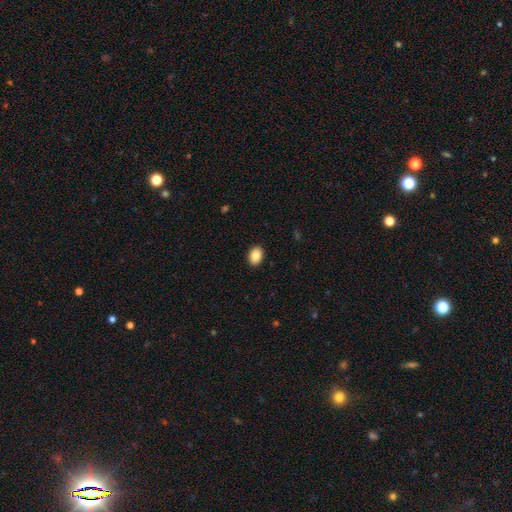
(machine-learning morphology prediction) type=smooth (88%); roundness=in between (76%); merging=none (91%).